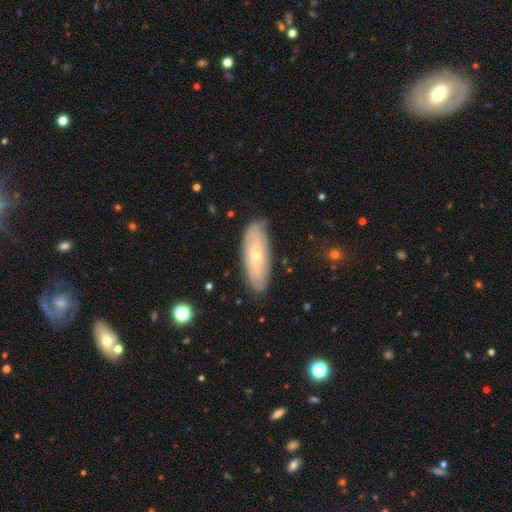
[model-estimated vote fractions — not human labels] smooth_or_featured: featured or disk (p=0.47) [alt: smooth p=0.46]
merging: none (p=0.84) [alt: minor disturbance p=0.13]